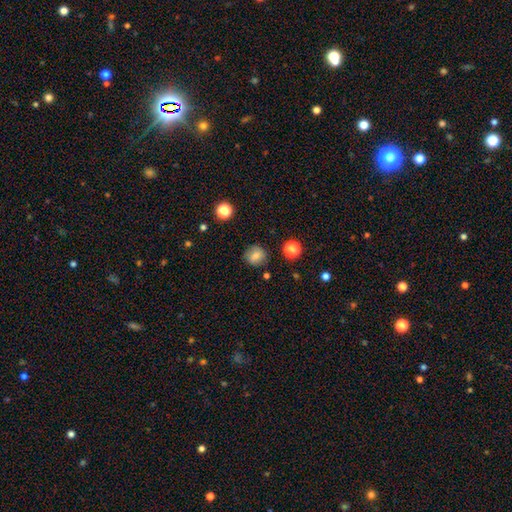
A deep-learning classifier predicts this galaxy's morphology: smooth 78%, star or artifact 11%, featured or disk 11%. Down the decision tree: how rounded — round (88%); merging — none (84%).